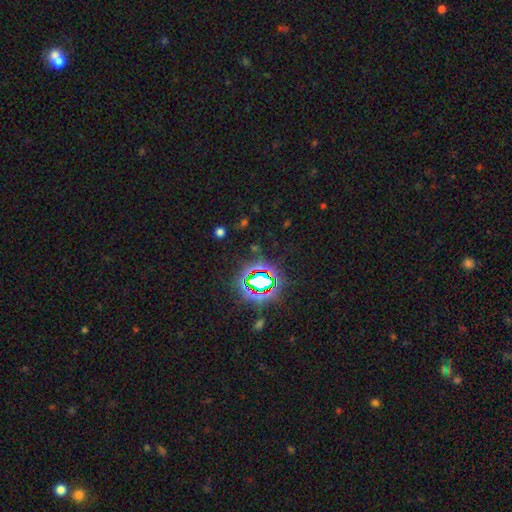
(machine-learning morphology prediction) type=star or artifact (81%).